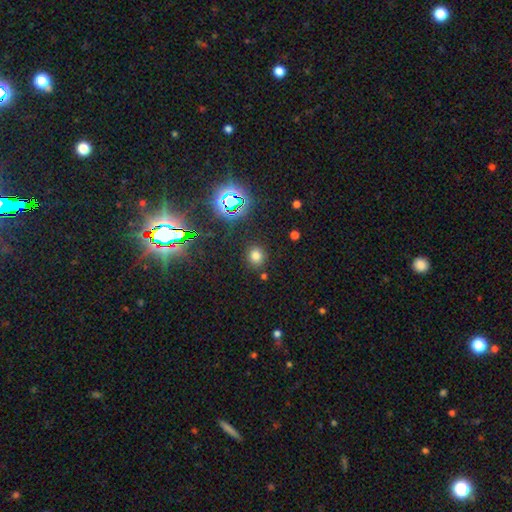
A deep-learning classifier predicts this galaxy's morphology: This is likely a smooth galaxy (71%). How rounded: clearly round (83%). Merging: clearly none (84%).